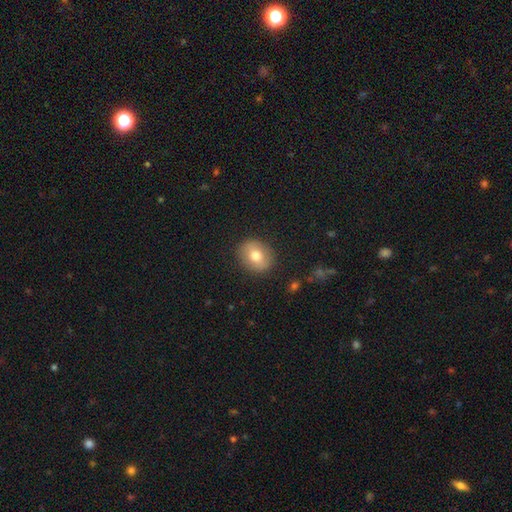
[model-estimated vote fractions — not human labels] smooth_or_featured: smooth (p=0.72) [alt: featured or disk p=0.20]
how_rounded: round (p=0.61) [alt: in between p=0.38]
merging: none (p=0.88) [alt: minor disturbance p=0.08]